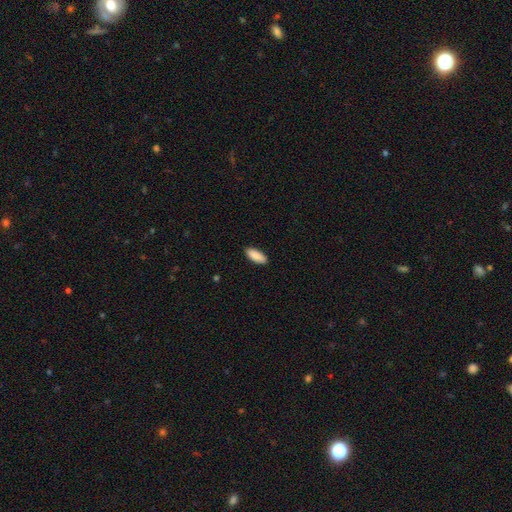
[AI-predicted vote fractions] This appears to be a smooth galaxy with no disk features (90%) that is in between round and cigar-shaped (80%). Merging: none (90%).